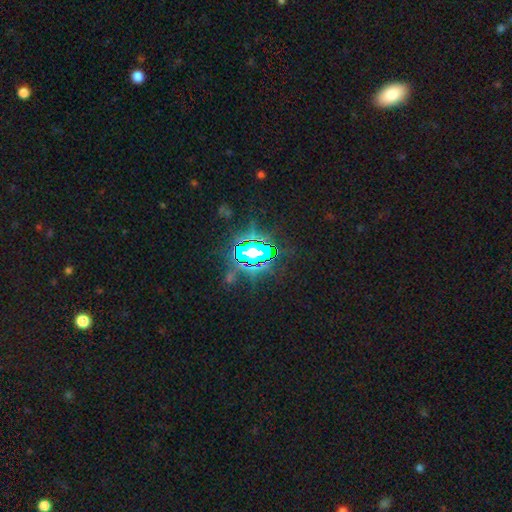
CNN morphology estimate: smooth_or_featured: star or artifact (p=0.76) [alt: smooth p=0.12]